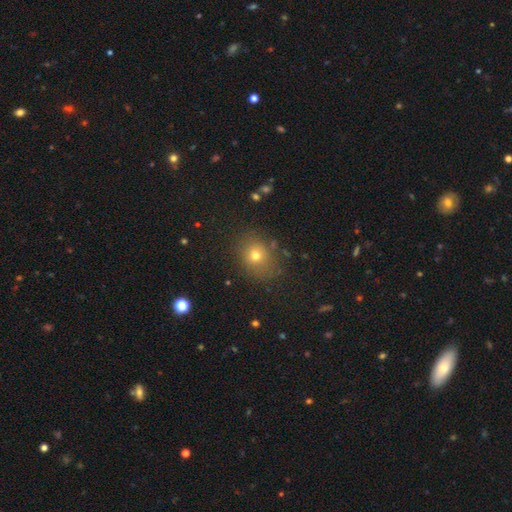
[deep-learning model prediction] smooth_or_featured: smooth (p=0.71) [alt: star or artifact p=0.18]
how_rounded: round (p=0.66) [alt: in between p=0.33]
merging: none (p=0.80) [alt: minor disturbance p=0.13]